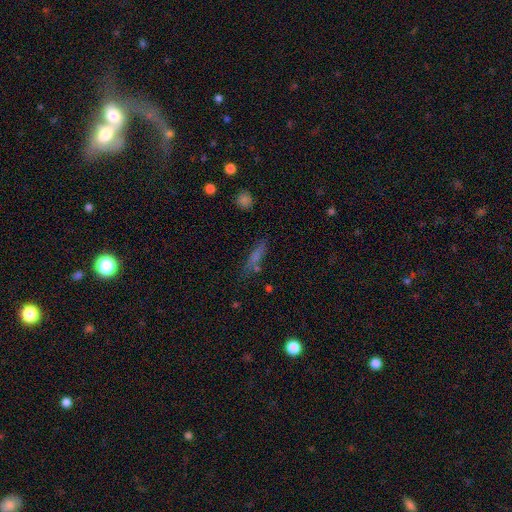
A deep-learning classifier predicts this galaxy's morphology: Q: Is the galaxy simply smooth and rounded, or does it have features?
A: smooth — 57%.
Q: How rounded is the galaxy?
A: cigar-shaped — 72%.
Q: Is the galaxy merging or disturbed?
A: none — 69%.